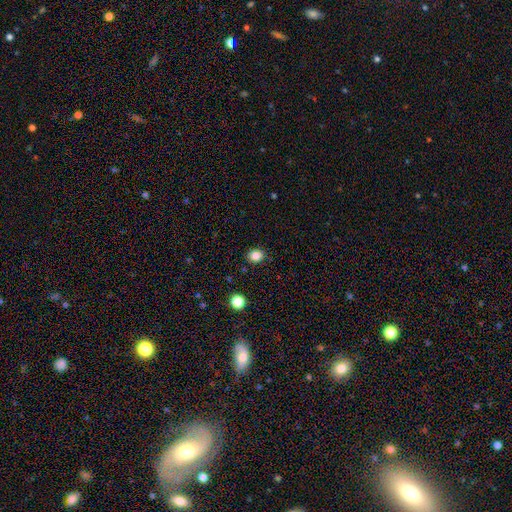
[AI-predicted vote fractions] Overall: smooth (85%). How rounded: round (65%; in between 34%). Merging: none (89%).